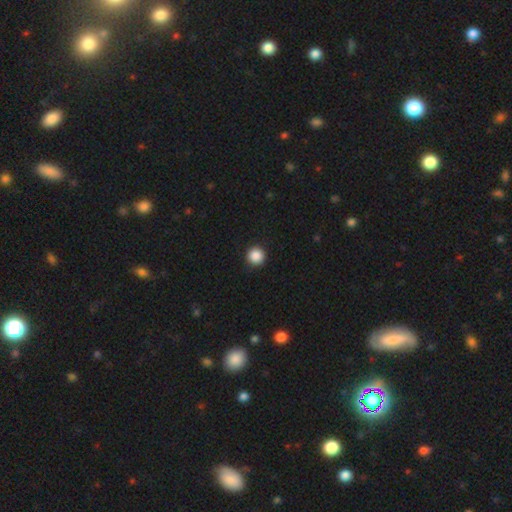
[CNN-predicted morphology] Overall: smooth (88%). How rounded: round (96%). Merging: none (93%).